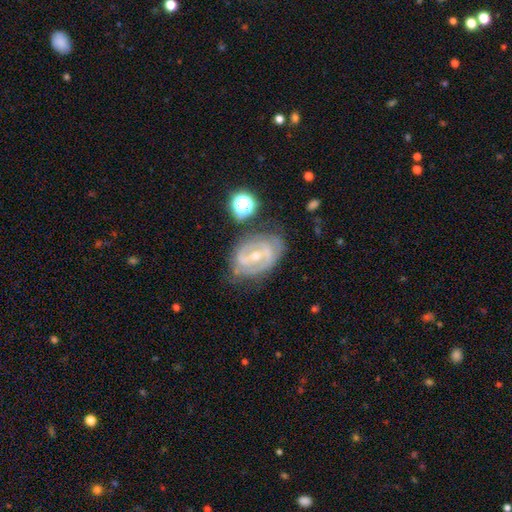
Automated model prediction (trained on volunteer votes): Q: Smooth or featured?
A: featured or disk (82%); runner-up: smooth (11%)
Q: Edge-on disk?
A: no (96%); runner-up: yes (4%)
Q: Bar?
A: weak (42%); runner-up: strong (37%)
Q: Spiral arms?
A: yes (83%); runner-up: no (17%)
Q: Spiral winding?
A: tight (53%); runner-up: medium (35%)
Q: Spiral arm count?
A: 2 (59%); runner-up: can't tell (25%)
Q: Bulge size?
A: small (51%); runner-up: moderate (46%)
Q: Merging?
A: none (65%); runner-up: minor disturbance (23%)